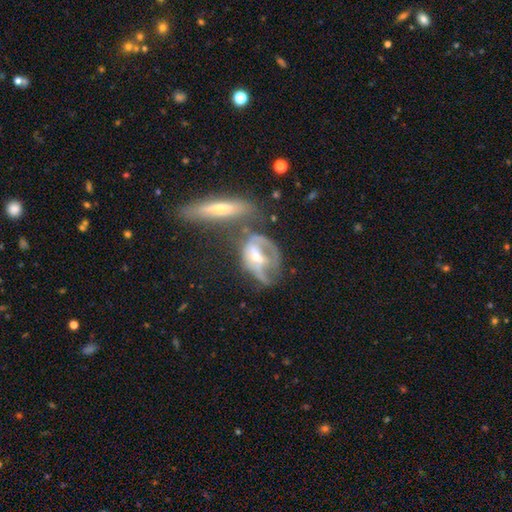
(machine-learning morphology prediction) Overall: featured or disk (70%). Edge-on disk: no (88%). Bar: no (54%; weak 32%). Spiral arms: yes (60%; no 40%). Bulge size: moderate (48%; small 41%). Merging: merger (41%; major disturbance 26%).